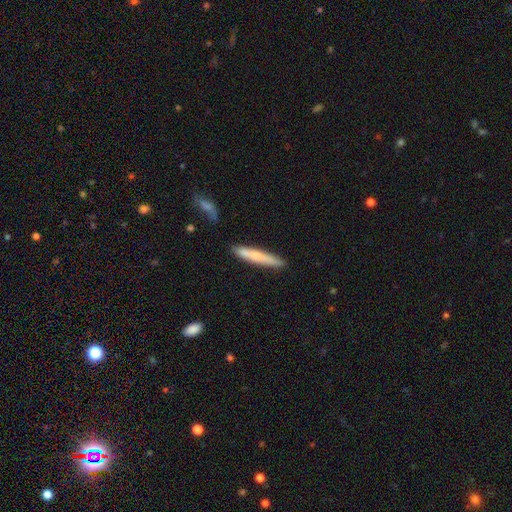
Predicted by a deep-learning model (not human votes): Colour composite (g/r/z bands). It shows a smooth galaxy with no disk features (69%) that is cigar-shaped (94%). Merging: none (82%).